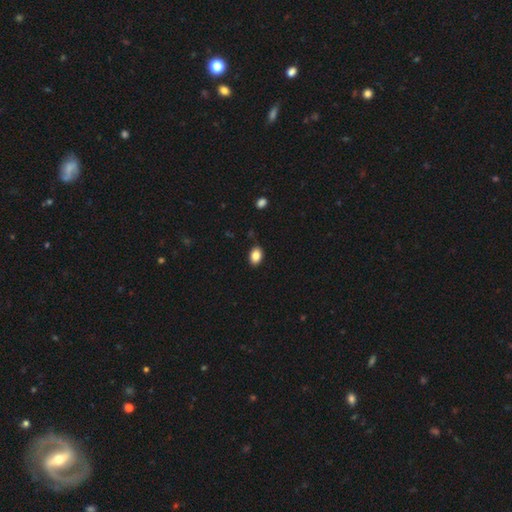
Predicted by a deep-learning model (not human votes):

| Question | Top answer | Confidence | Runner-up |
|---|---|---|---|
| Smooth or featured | smooth | 86% | star or artifact (8%) |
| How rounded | in between | 83% | round (16%) |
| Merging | none | 86% | minor disturbance (10%) |